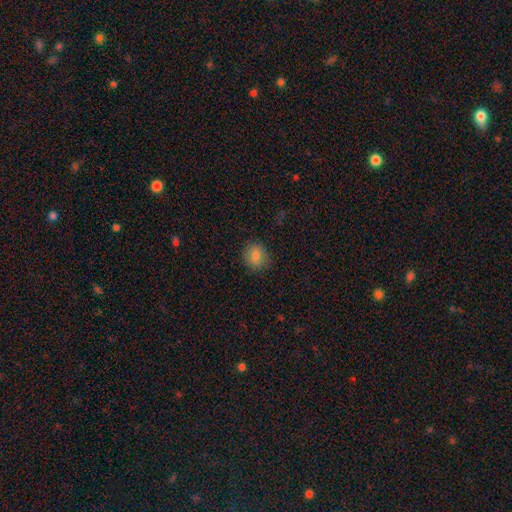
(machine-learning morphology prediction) Smooth or featured: smooth — 79% (featured or disk — 12%)
How rounded: round — 61% (in between — 37%)
Merging: none — 86% (minor disturbance — 10%)